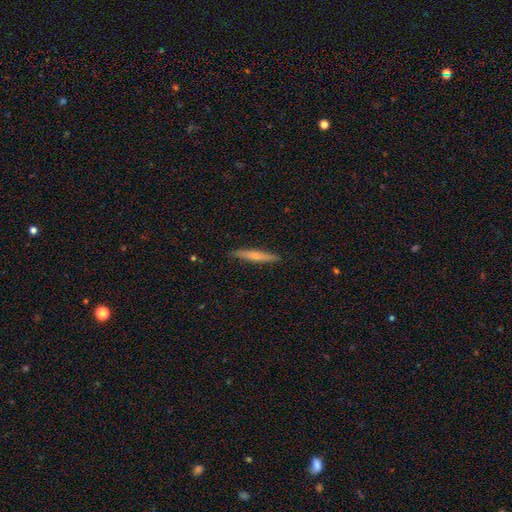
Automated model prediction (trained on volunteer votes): Overall: smooth (59%; featured or disk 35%). How rounded: cigar-shaped (95%). Merging: none (90%).